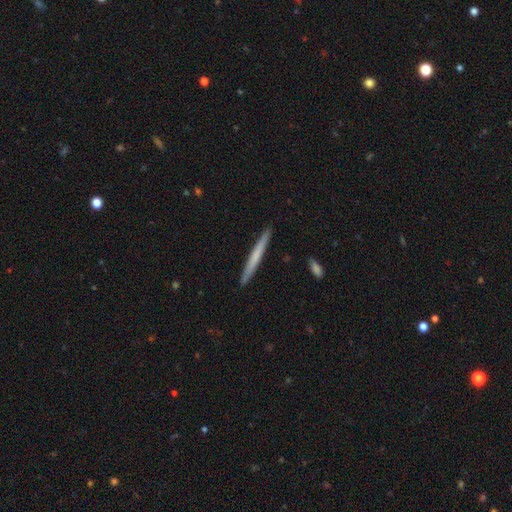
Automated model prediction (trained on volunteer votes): A smooth galaxy with no disk features (56%) that is cigar-shaped (97%).

Vote fractions:
- Smooth or featured? smooth: 56% / featured or disk: 39% / star or artifact: 5%
- How rounded? cigar-shaped: 97% / in between: 2% / round: 1%
- Merging? none: 92% / minor disturbance: 6% / merger: 1% / major disturbance: 1%